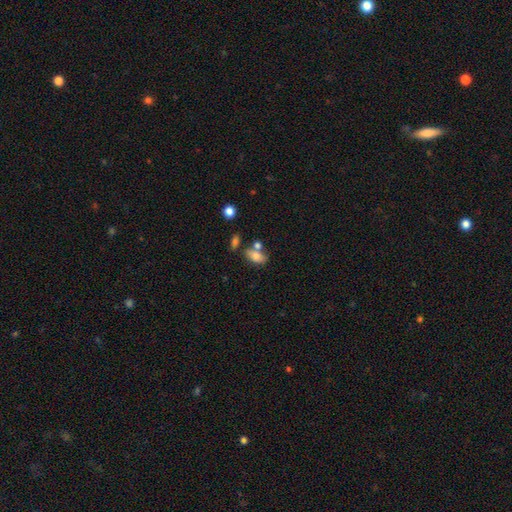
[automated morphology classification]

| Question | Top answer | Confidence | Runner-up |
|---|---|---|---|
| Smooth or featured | smooth | 75% | featured or disk (16%) |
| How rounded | in between | 86% | round (9%) |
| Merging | none | 52% | merger (26%) |